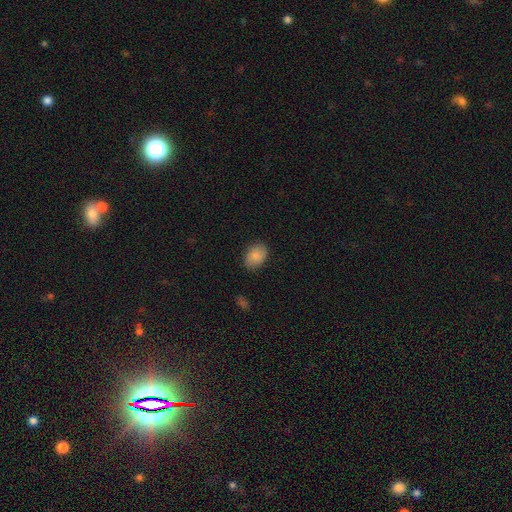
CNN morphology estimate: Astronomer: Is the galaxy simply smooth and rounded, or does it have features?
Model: smooth — 85%.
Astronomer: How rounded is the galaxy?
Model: in between — 76%.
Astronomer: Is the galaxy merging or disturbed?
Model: none — 83%.